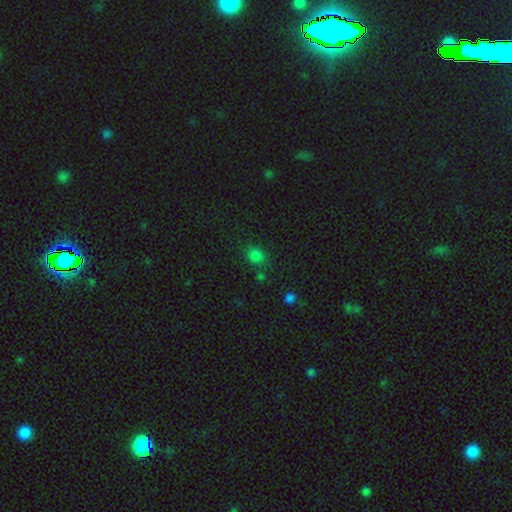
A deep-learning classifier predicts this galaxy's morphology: smooth-or-featured: smooth: 77% | star or artifact: 18% | featured or disk: 5%
  how-rounded: round: 72% | in between: 27% | cigar-shaped: 1%
  merging: none: 76% | minor disturbance: 13% | merger: 7% | major disturbance: 4%